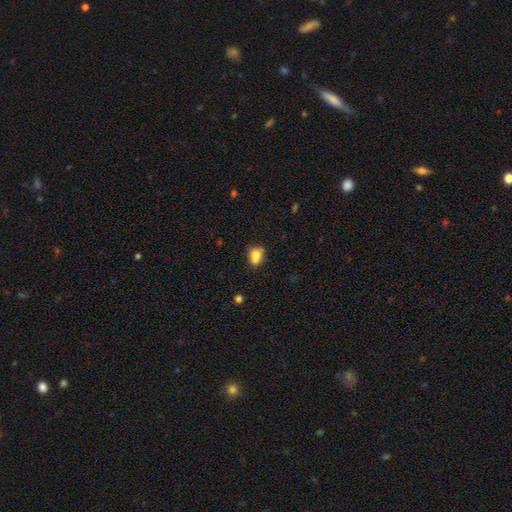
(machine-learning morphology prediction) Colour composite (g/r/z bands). It shows a smooth galaxy with no disk features (75%) that is in between round and cigar-shaped (51%). Merging: none (43%).